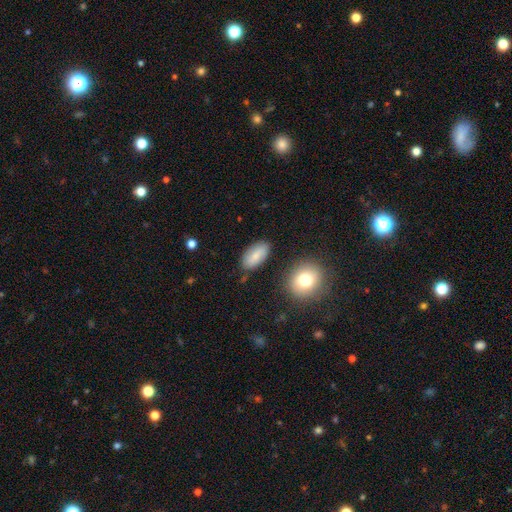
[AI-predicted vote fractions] Smooth or featured: smooth — 76% (featured or disk — 17%)
How rounded: in between — 91% (cigar-shaped — 5%)
Merging: none — 81% (minor disturbance — 13%)